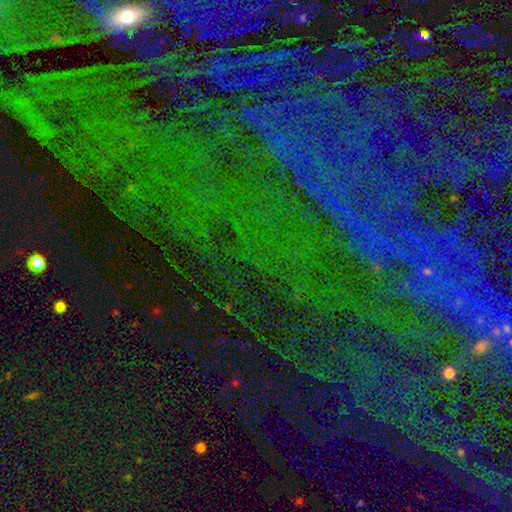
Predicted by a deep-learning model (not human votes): Smooth or featured? Predicted: star or artifact (p=0.79).